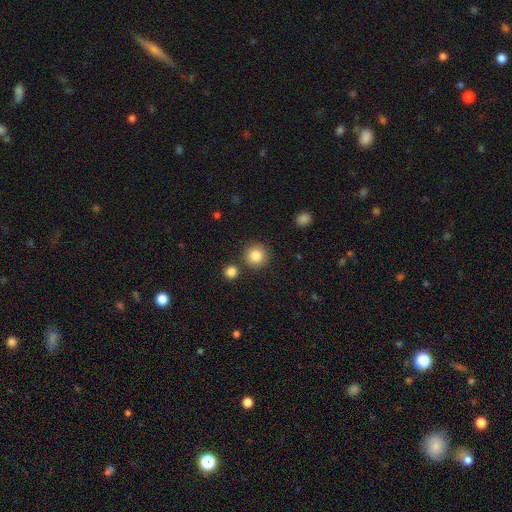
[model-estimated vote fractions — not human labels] smooth_or_featured: smooth (p=0.84) [alt: star or artifact p=0.10]
how_rounded: round (p=0.94) [alt: in between p=0.05]
merging: none (p=0.85) [alt: minor disturbance p=0.07]